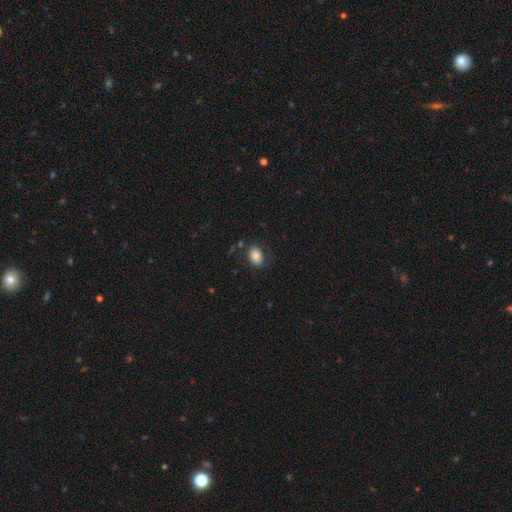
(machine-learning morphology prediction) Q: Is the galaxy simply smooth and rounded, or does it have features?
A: smooth — 79%.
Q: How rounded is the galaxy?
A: in between — 79%.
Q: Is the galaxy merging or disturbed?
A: none — 74%.